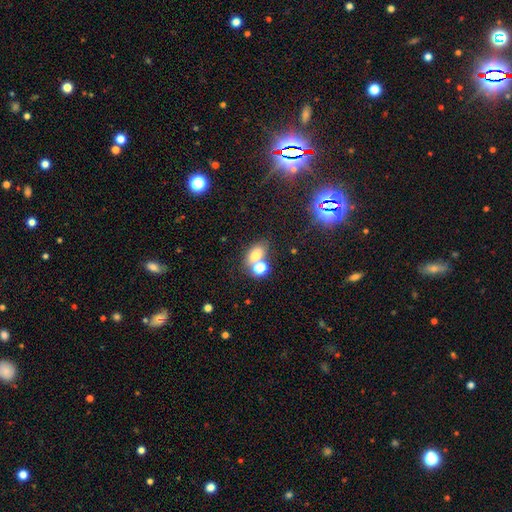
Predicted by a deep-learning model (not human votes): Overall: smooth (70%). How rounded: in between (71%). Merging: none (45%; merger 39%).